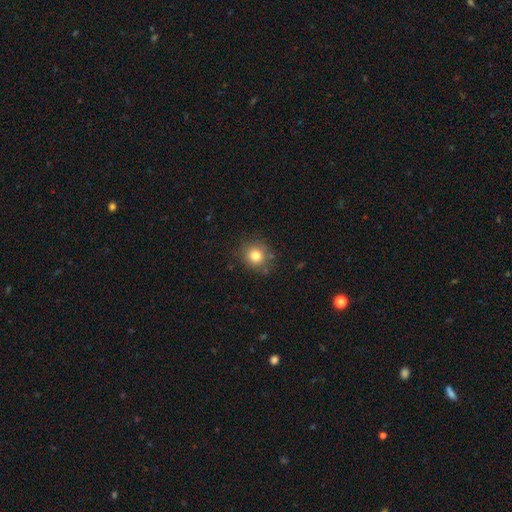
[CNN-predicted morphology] Smooth or featured?
  - smooth: 80% *
  - star or artifact: 12%
  - featured or disk: 8%
How rounded?
  - round: 90% *
  - in between: 9%
  - cigar-shaped: 1%
Merging?
  - none: 85% *
  - minor disturbance: 10%
  - major disturbance: 3%
  - merger: 3%